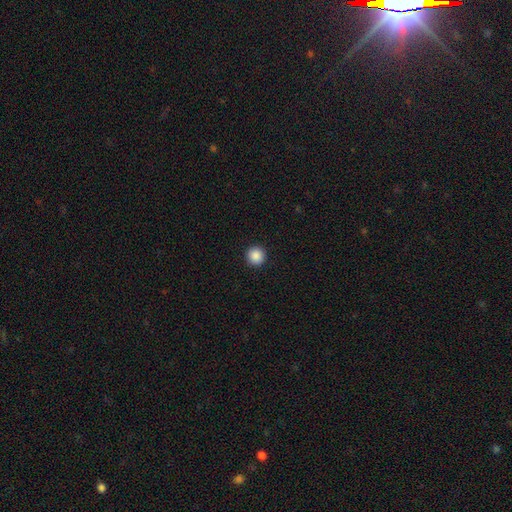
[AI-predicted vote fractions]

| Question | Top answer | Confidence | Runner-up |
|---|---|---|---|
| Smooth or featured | smooth | 88% | star or artifact (9%) |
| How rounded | round | 95% | in between (4%) |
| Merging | none | 93% | minor disturbance (4%) |